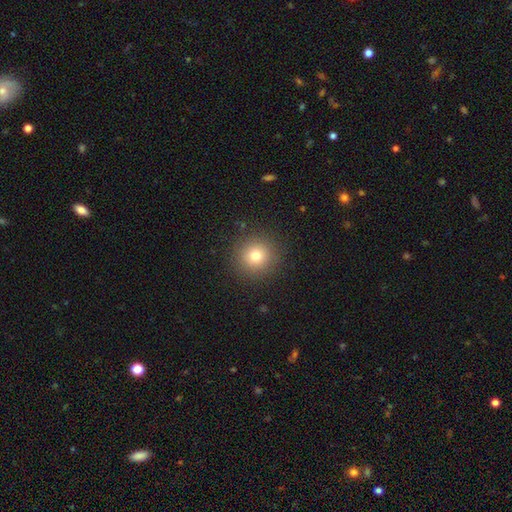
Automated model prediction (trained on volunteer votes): Smooth or featured?
  - smooth: 77% *
  - star or artifact: 14%
  - featured or disk: 10%
How rounded?
  - round: 95% *
  - in between: 4%
  - cigar-shaped: 1%
Merging?
  - none: 90% *
  - minor disturbance: 6%
  - major disturbance: 3%
  - merger: 1%